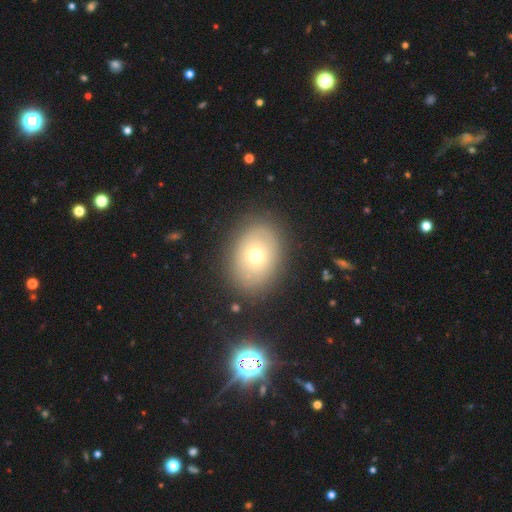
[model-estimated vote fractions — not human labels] smooth_or_featured: smooth (p=0.65) [alt: featured or disk p=0.23]
how_rounded: in between (p=0.69) [alt: round p=0.30]
merging: none (p=0.85) [alt: minor disturbance p=0.10]